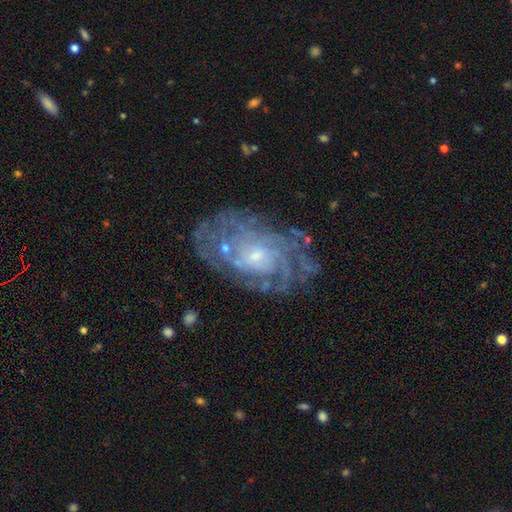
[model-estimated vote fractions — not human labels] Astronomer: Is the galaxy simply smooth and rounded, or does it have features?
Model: featured or disk — 83%.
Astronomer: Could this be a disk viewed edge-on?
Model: no — 96%.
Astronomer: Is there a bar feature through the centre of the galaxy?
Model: no — 72%.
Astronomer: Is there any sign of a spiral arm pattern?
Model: yes — 90%.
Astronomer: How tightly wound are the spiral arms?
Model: tight — 68%.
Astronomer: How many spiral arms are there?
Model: can't tell — 47%.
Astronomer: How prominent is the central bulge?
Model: small — 67%.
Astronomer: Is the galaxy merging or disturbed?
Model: none — 73%.